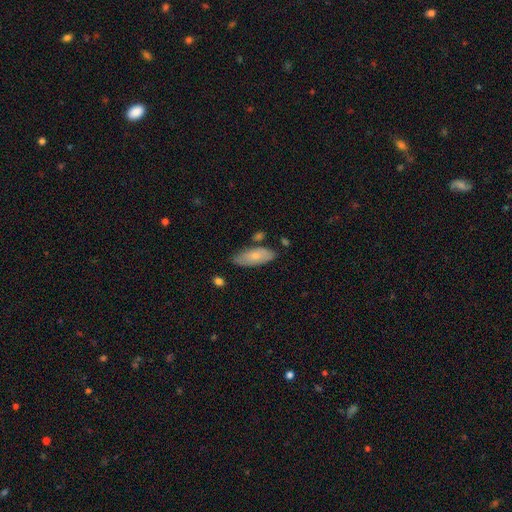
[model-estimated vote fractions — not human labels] smooth_or_featured: smooth (p=0.70) [alt: featured or disk p=0.24]
how_rounded: in between (p=0.85) [alt: cigar-shaped p=0.13]
merging: none (p=0.73) [alt: minor disturbance p=0.19]